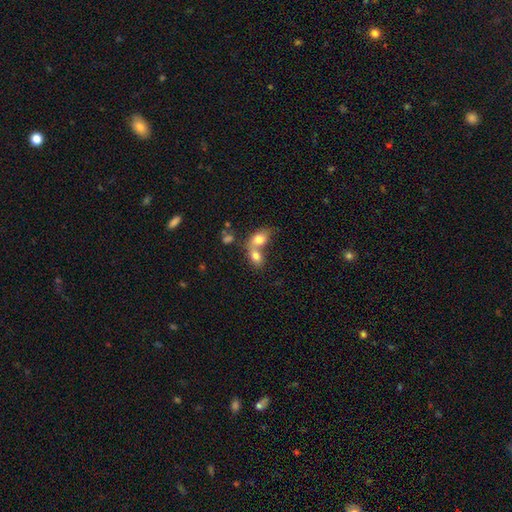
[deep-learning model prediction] This appears to be a smooth galaxy with no disk features (76%) that is in between round and cigar-shaped (71%). Merging: merger (71%).